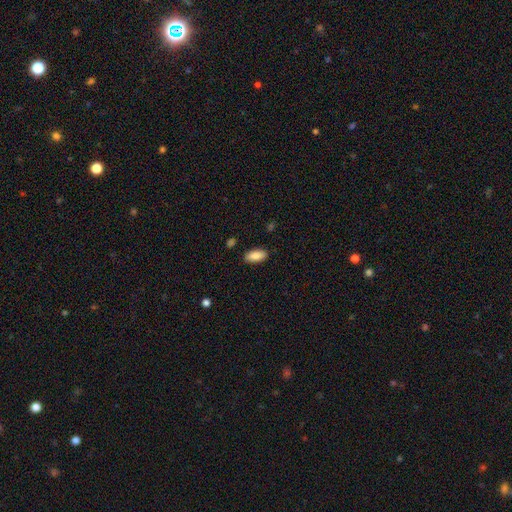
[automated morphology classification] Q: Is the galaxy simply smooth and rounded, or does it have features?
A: smooth — 87%.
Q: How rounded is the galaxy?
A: in between — 90%.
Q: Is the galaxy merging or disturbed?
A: none — 88%.